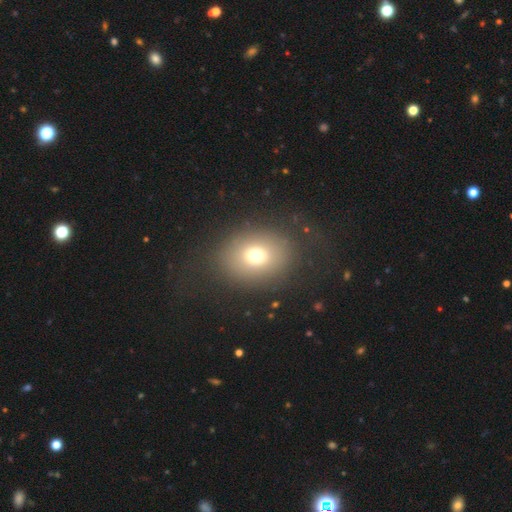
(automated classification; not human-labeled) Overall: smooth (71%). How rounded: in between (53%; round 46%). Merging: none (80%).